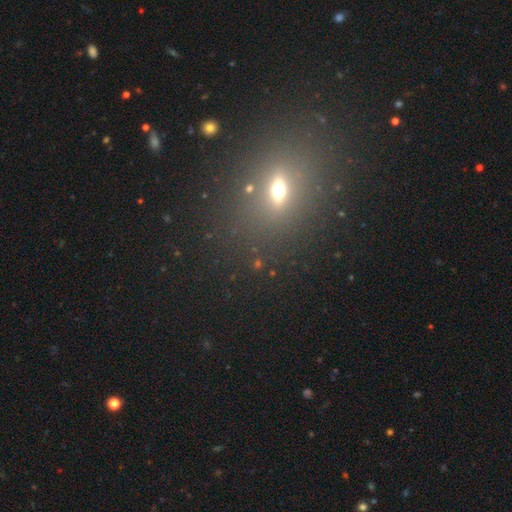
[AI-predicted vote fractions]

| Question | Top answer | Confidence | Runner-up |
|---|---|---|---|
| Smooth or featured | smooth | 48% | star or artifact (39%) |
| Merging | none | 84% | minor disturbance (8%) |